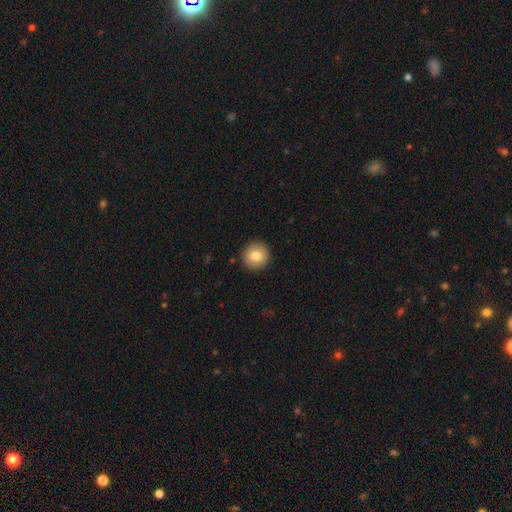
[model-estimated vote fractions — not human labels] This is clearly a smooth galaxy (82%). How rounded: clearly round (95%). Merging: clearly none (92%).